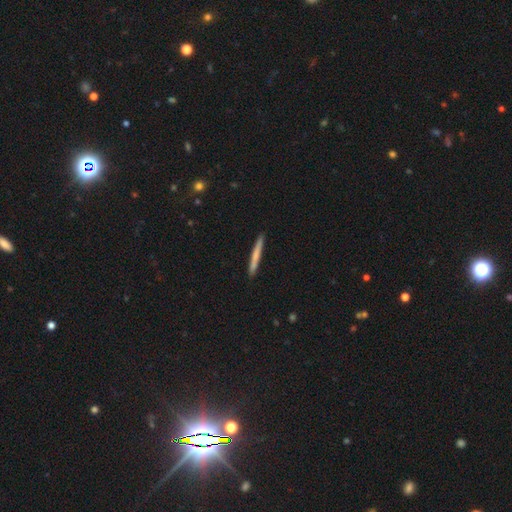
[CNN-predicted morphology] Smooth or featured?
  - smooth: 66% *
  - featured or disk: 29%
  - star or artifact: 5%
How rounded?
  - cigar-shaped: 97% *
  - in between: 2%
  - round: 1%
Merging?
  - none: 91% *
  - minor disturbance: 6%
  - major disturbance: 1%
  - merger: 1%